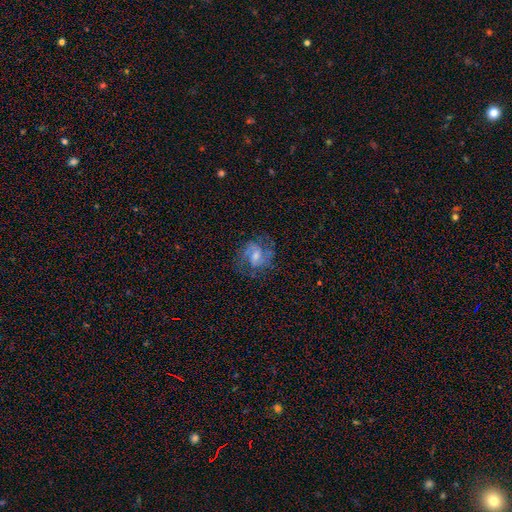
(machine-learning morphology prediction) smooth_or_featured: featured or disk (p=0.71) [alt: smooth p=0.21]
disk_edge_on: no (p=0.97) [alt: yes p=0.03]
bar: weak (p=0.54) [alt: no p=0.28]
has_spiral_arms: yes (p=0.89) [alt: no p=0.11]
spiral_winding: medium (p=0.53) [alt: tight p=0.24]
spiral_arm_count: 2 (p=0.78) [alt: can't tell p=0.11]
bulge_size: moderate (p=0.44) [alt: small p=0.36]
merging: none (p=0.68) [alt: minor disturbance p=0.18]